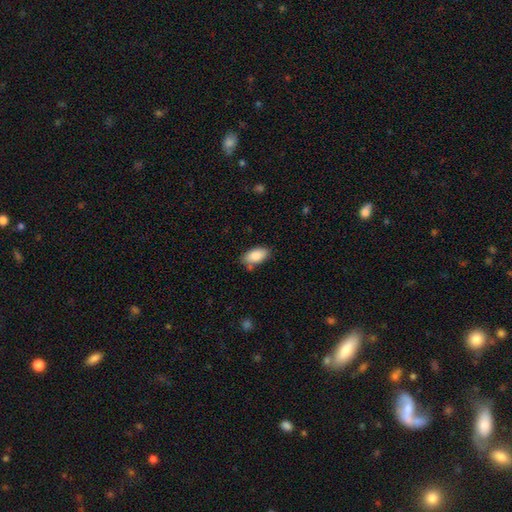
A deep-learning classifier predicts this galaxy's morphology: A smooth galaxy with no disk features (85%) that is in between round and cigar-shaped (93%).

Vote fractions:
- Smooth or featured? smooth: 85% / featured or disk: 8% / star or artifact: 7%
- How rounded? in between: 93% / cigar-shaped: 4% / round: 4%
- Merging? none: 75% / minor disturbance: 16% / merger: 5% / major disturbance: 3%